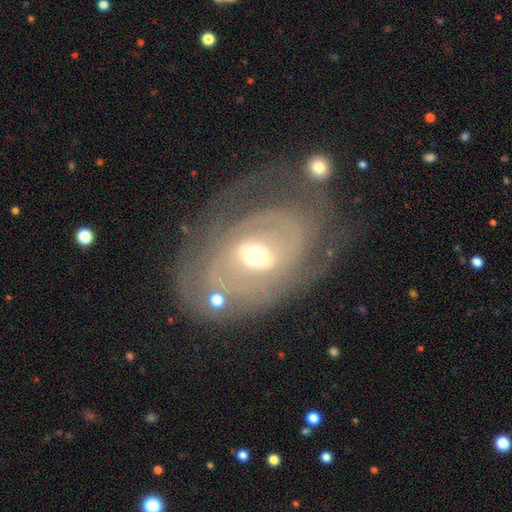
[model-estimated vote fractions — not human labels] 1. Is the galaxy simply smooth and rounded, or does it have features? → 81% featured or disk, 13% smooth, 6% star or artifact.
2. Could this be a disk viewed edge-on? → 95% no, 5% yes.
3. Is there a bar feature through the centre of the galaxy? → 46% weak, 29% strong, 25% no.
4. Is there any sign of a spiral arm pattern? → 76% yes, 24% no.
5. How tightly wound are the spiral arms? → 54% tight, 31% medium, 15% loose.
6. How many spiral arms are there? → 40% 2, 37% can't tell, 8% 3, 7% 1, 4% 4, 4% more than 4.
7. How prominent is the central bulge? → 67% moderate, 23% small, 8% large, 1% dominant, 1% none.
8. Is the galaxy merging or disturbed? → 52% none, 21% major disturbance, 19% minor disturbance, 8% merger.